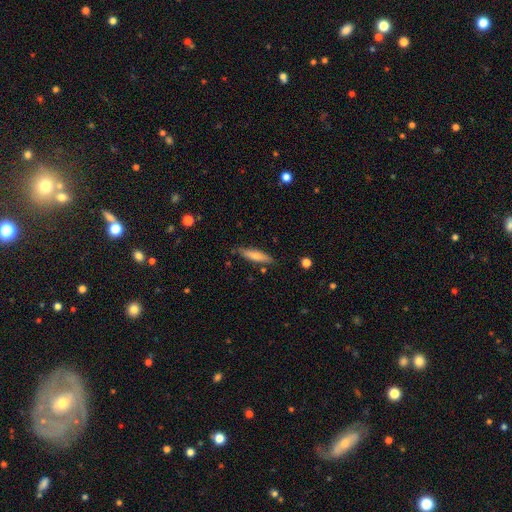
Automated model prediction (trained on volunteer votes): Smooth or featured: smooth — 70% (featured or disk — 24%)
How rounded: cigar-shaped — 78% (in between — 20%)
Merging: none — 81% (minor disturbance — 14%)